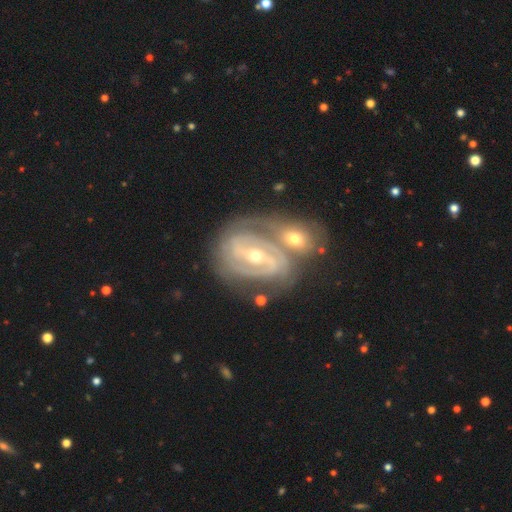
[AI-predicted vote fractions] Overall: featured or disk (84%). Edge-on disk: no (95%). Bar: strong (46%; weak 38%). Spiral arms: yes (88%). Spiral arm count: 2 (53%; can't tell 28%). Spiral winding: tight (64%; medium 28%). Bulge size: small (48%, tied with moderate). Merging: merger (53%; none 32%).